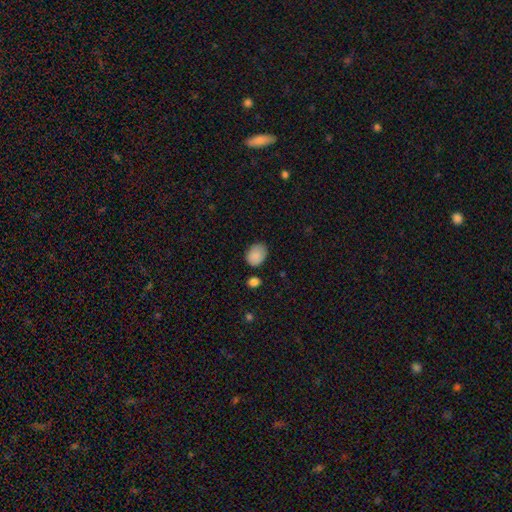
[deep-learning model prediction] Smooth or featured? smooth (88%)
How rounded? in between (68%)
Merging? none (75%)